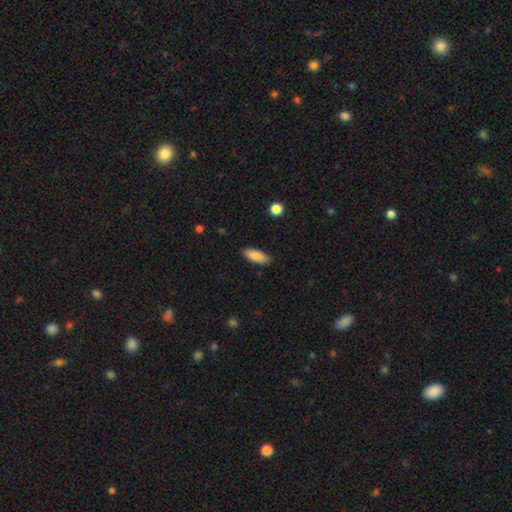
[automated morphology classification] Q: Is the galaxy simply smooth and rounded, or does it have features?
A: smooth — 86%.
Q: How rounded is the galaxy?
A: in between — 71%.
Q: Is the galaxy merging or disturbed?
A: none — 83%.